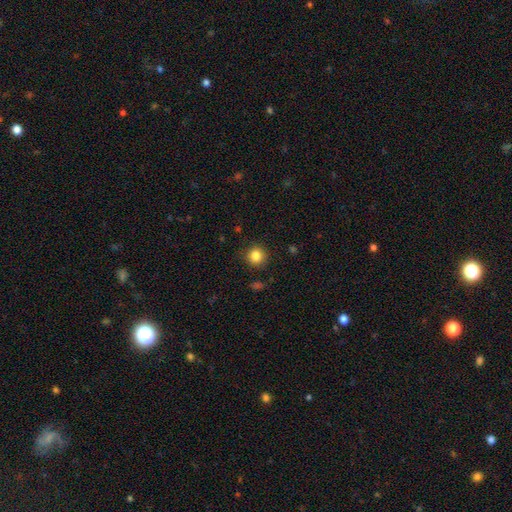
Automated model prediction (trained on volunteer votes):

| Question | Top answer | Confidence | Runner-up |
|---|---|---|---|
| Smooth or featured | smooth | 84% | star or artifact (11%) |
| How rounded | round | 92% | in between (7%) |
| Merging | none | 89% | minor disturbance (7%) |